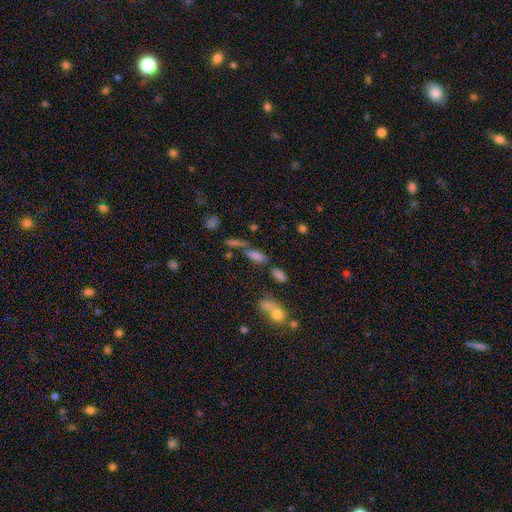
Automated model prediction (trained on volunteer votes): smooth-or-featured: smooth: 62% | featured or disk: 20% | star or artifact: 18%
  how-rounded: in between: 66% | cigar-shaped: 28% | round: 6%
  merging: none: 51% | merger: 23% | minor disturbance: 15% | major disturbance: 11%